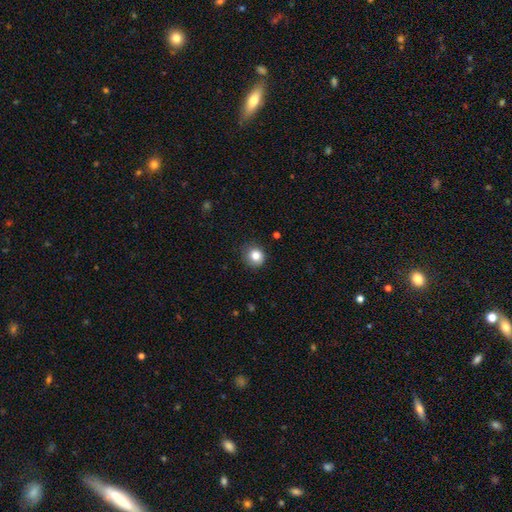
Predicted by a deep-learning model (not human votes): A smooth galaxy with no disk features (82%) that is round (87%).

Vote fractions:
- Smooth or featured? smooth: 82% / star or artifact: 11% / featured or disk: 8%
- How rounded? round: 87% / in between: 12% / cigar-shaped: 1%
- Merging? none: 84% / minor disturbance: 13% / major disturbance: 3% / merger: 1%